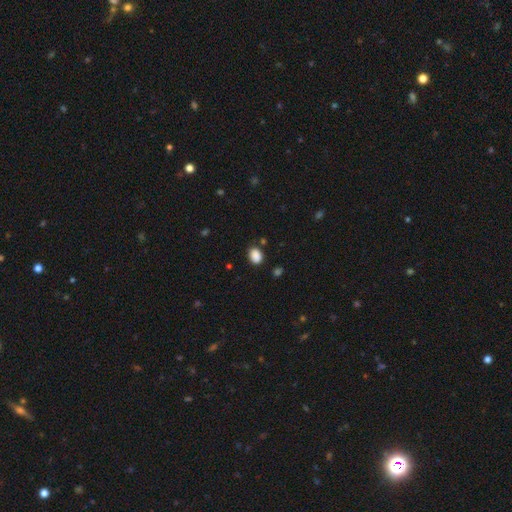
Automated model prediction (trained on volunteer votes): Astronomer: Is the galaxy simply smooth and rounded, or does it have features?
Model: smooth — 88%.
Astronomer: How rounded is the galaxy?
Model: in between — 75%.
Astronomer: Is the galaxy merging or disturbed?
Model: none — 83%.